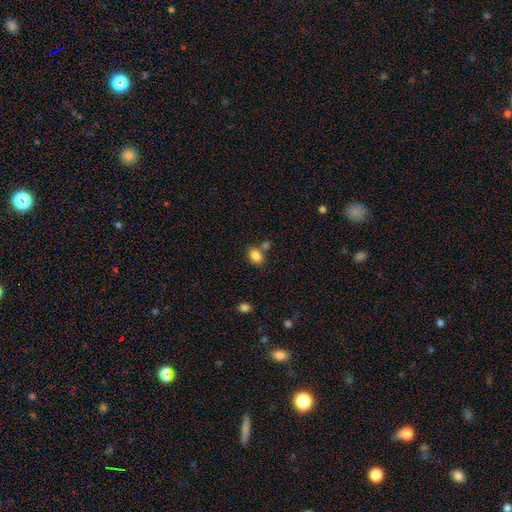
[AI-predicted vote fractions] Overall: smooth (85%). How rounded: in between (71%). Merging: none (65%).